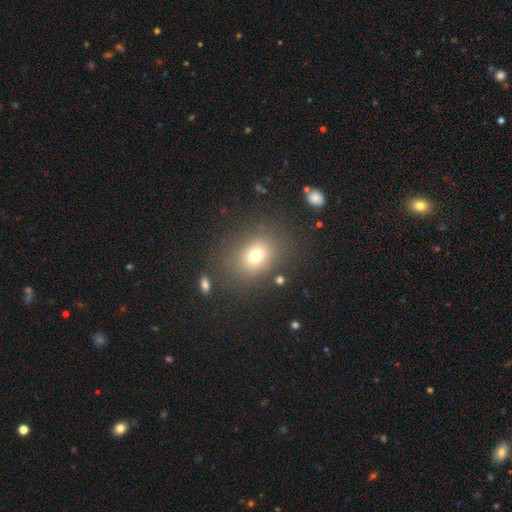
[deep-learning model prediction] Smooth or featured: smooth — 72% (star or artifact — 16%)
How rounded: round — 53% (in between — 46%)
Merging: none — 80% (minor disturbance — 11%)